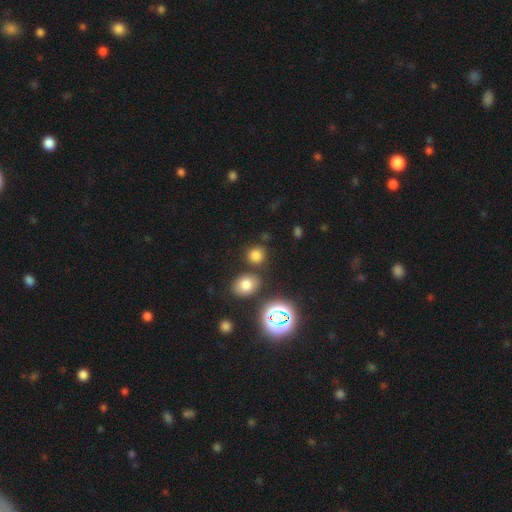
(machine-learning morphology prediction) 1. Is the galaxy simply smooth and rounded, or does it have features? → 73% smooth, 20% star or artifact, 6% featured or disk.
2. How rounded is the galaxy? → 82% round, 17% in between, 1% cigar-shaped.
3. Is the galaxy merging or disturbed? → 78% none, 9% minor disturbance, 9% merger, 4% major disturbance.